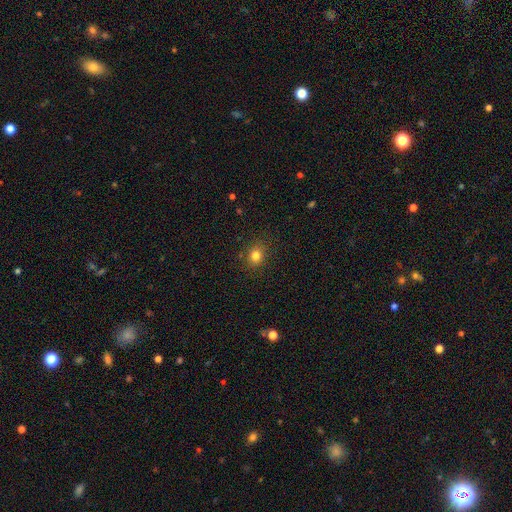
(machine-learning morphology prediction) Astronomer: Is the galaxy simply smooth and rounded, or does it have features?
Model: smooth — 81%.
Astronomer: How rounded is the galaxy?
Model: round — 63%.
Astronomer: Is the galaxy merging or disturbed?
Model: none — 86%.